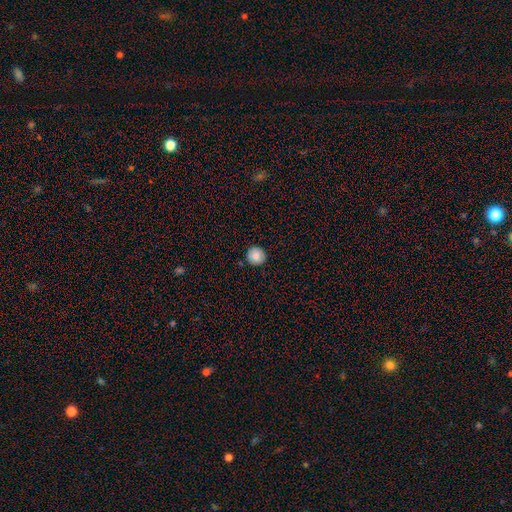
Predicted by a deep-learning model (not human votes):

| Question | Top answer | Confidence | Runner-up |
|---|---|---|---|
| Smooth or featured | smooth | 86% | star or artifact (8%) |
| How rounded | round | 94% | in between (5%) |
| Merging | none | 90% | minor disturbance (7%) |